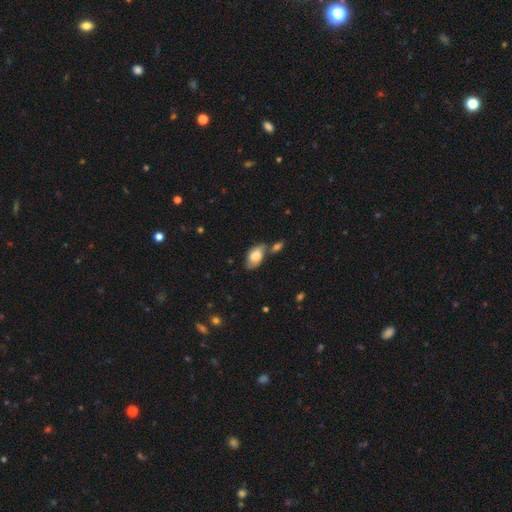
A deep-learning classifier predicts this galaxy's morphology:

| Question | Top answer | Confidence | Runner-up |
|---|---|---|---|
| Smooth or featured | smooth | 77% | featured or disk (17%) |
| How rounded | in between | 92% | round (5%) |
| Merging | none | 53% | merger (21%) |